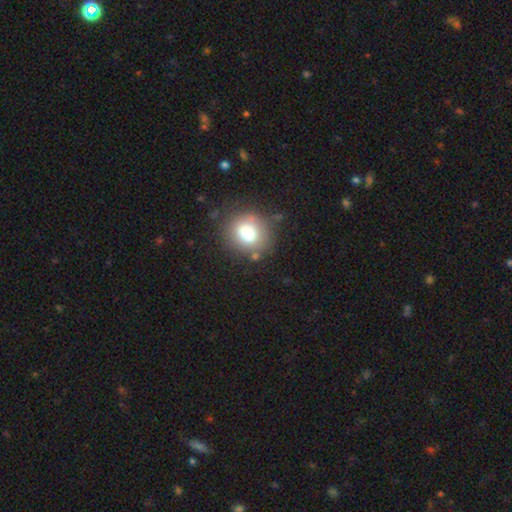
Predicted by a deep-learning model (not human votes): Smooth or featured?
  - smooth: 79% *
  - star or artifact: 11%
  - featured or disk: 10%
How rounded?
  - round: 74% *
  - in between: 25%
  - cigar-shaped: 1%
Merging?
  - none: 73% *
  - minor disturbance: 17%
  - merger: 5%
  - major disturbance: 5%